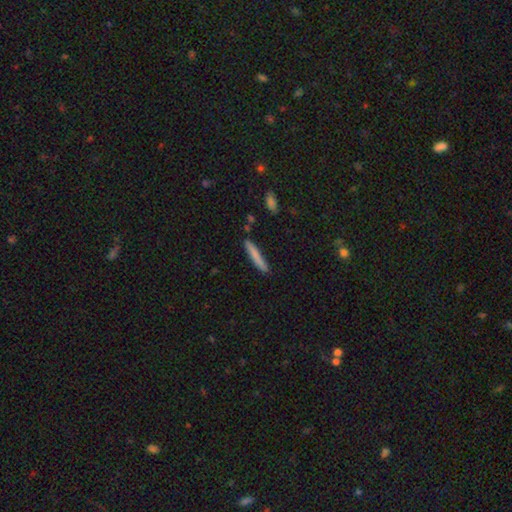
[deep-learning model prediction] Morphology: type=smooth (76%); roundness=cigar-shaped (94%); merging=none (85%).